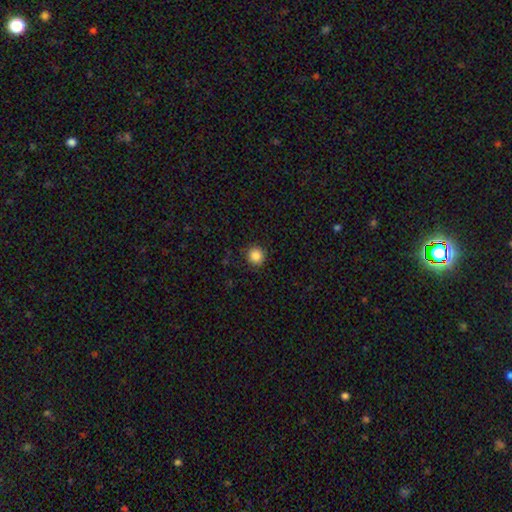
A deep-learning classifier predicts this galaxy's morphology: Smooth or featured? Predicted: smooth (p=0.87). How rounded? Predicted: round (p=0.93). Merging? Predicted: none (p=0.90).